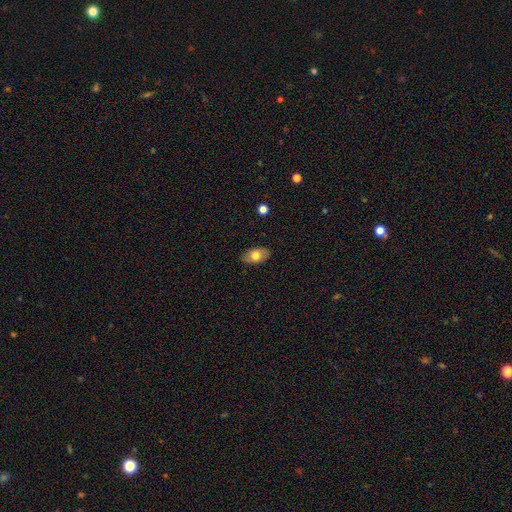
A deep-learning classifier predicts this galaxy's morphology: Smooth or featured? Predicted: smooth (p=0.73). How rounded? Predicted: in between (p=0.91). Merging? Predicted: none (p=0.86).